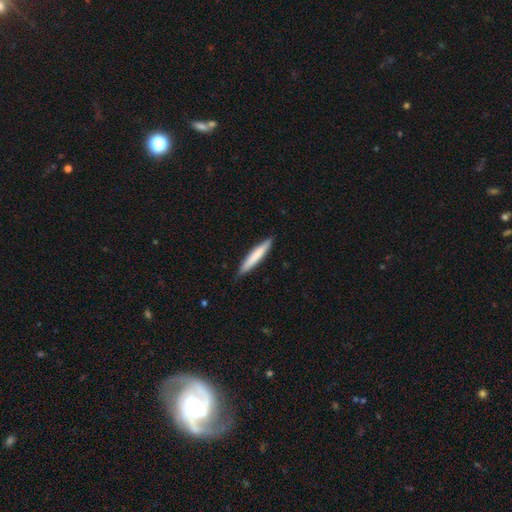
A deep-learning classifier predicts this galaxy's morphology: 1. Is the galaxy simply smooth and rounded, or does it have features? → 74% smooth, 21% featured or disk, 5% star or artifact.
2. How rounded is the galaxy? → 93% cigar-shaped, 6% in between, 1% round.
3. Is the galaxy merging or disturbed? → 87% none, 11% minor disturbance, 1% major disturbance, 1% merger.